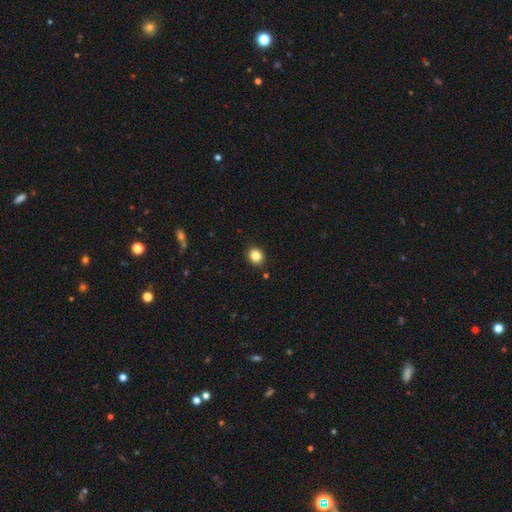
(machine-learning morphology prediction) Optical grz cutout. It shows a smooth galaxy with no disk features (84%) that is round (77%). Merging: none (91%).